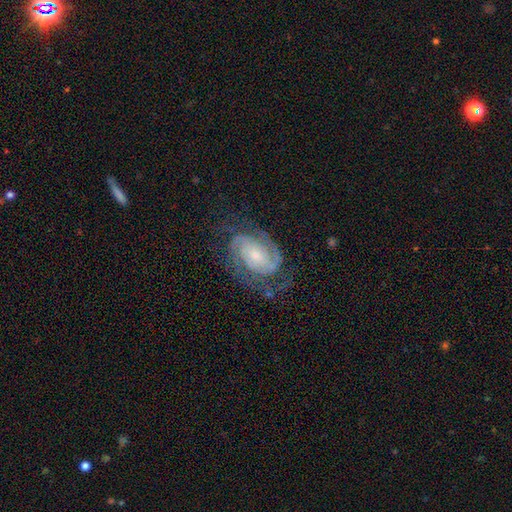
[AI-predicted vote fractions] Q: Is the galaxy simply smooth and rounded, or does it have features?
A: featured or disk — 89%.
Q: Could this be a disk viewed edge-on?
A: no — 98%.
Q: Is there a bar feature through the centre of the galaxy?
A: no — 59%.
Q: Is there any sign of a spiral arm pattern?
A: yes — 98%.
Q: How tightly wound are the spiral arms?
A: tight — 61%.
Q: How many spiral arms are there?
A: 2 — 73%.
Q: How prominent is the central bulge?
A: small — 57%.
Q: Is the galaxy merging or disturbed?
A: none — 71%.